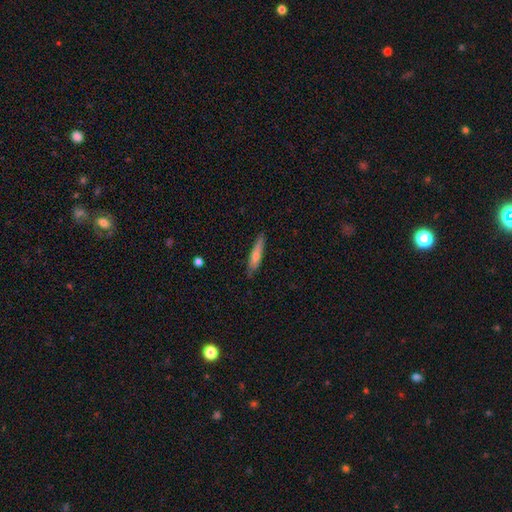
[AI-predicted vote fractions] A smooth galaxy with no disk features (54%) that is cigar-shaped (88%). Merging: none (82%).